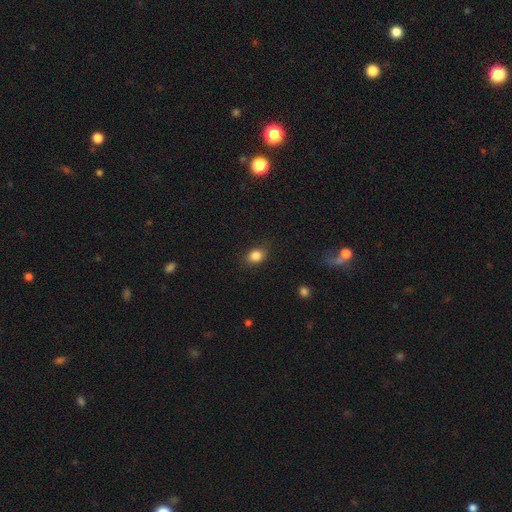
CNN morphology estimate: A smooth galaxy with no disk features (85%) that is in between round and cigar-shaped (61%). Merging: none (83%).